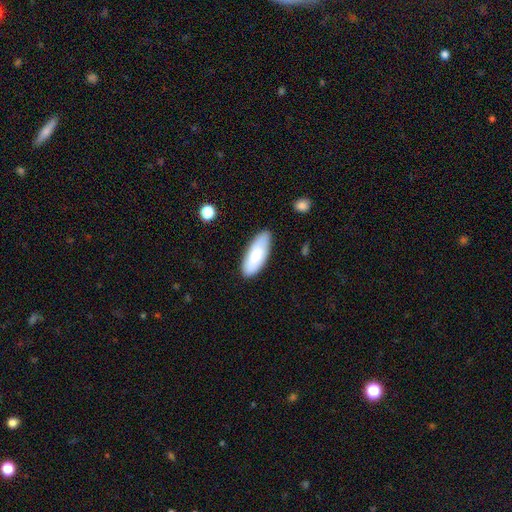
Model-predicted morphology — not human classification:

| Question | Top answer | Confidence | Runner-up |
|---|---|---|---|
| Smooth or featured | smooth | 83% | featured or disk (11%) |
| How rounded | in between | 74% | cigar-shaped (24%) |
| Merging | none | 83% | minor disturbance (13%) |